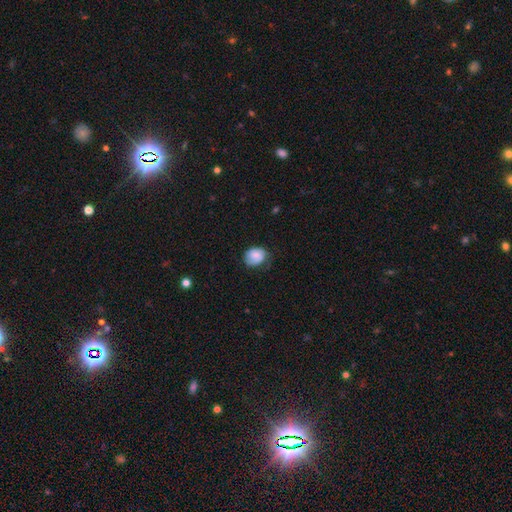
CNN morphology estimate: Q: Smooth or featured?
A: smooth (69%); runner-up: featured or disk (23%)
Q: How rounded?
A: round (50%); runner-up: in between (49%)
Q: Merging?
A: none (55%); runner-up: minor disturbance (33%)